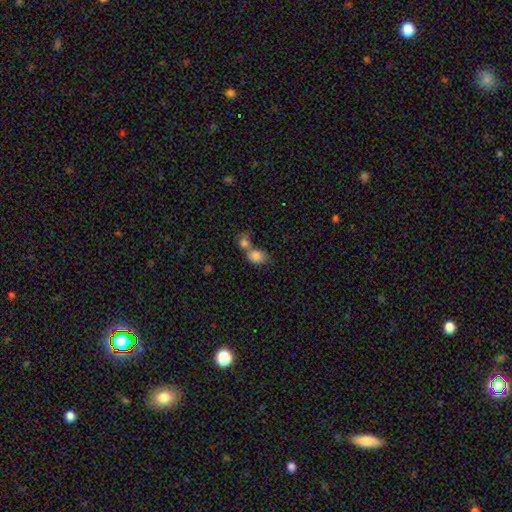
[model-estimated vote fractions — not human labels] Q: Smooth or featured?
A: smooth (83%); runner-up: star or artifact (9%)
Q: How rounded?
A: in between (53%); runner-up: round (45%)
Q: Merging?
A: merger (59%); runner-up: none (27%)